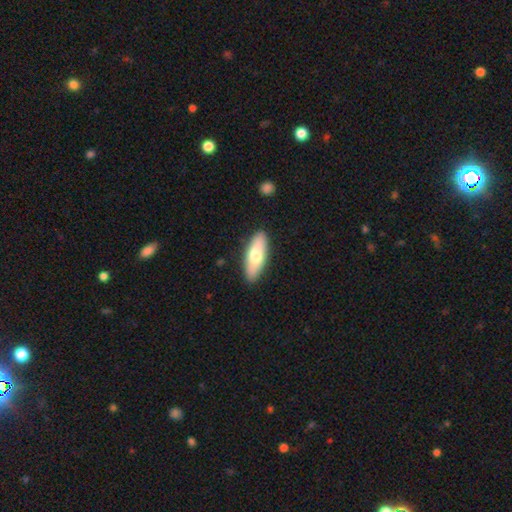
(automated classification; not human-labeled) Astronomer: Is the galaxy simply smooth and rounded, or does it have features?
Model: smooth — 68%.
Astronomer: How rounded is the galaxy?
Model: in between — 65%.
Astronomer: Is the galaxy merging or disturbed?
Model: none — 88%.